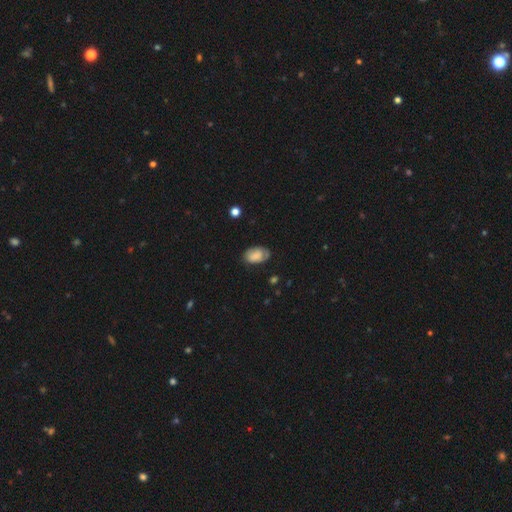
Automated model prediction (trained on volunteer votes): This appears to be a smooth galaxy with no disk features (71%) that is in between round and cigar-shaped (91%). Merging: none (68%).